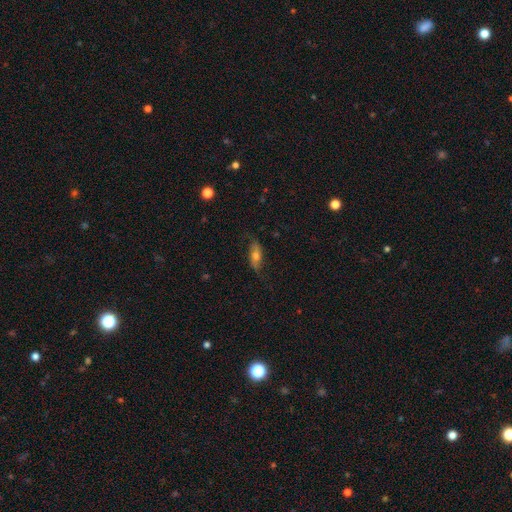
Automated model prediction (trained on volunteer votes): A smooth galaxy with no disk features (50%). Merging: none (71%).